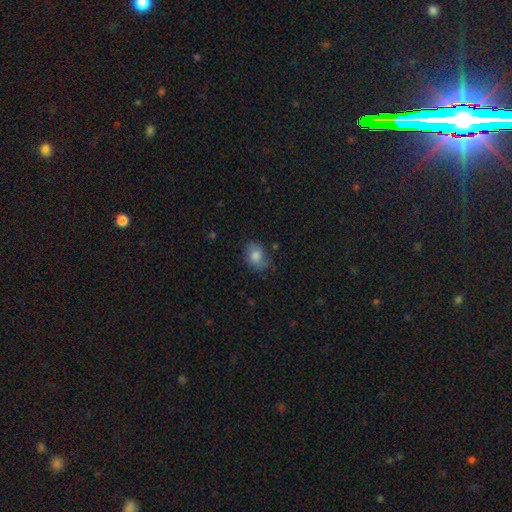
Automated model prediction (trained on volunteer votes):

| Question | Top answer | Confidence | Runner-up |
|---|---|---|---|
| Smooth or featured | smooth | 77% | featured or disk (13%) |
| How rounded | in between | 66% | round (33%) |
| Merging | none | 61% | minor disturbance (28%) |